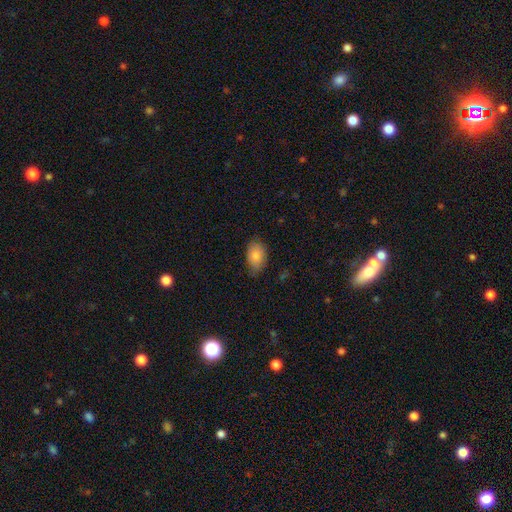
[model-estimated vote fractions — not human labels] Overall: smooth (86%). How rounded: in between (90%). Merging: none (72%).